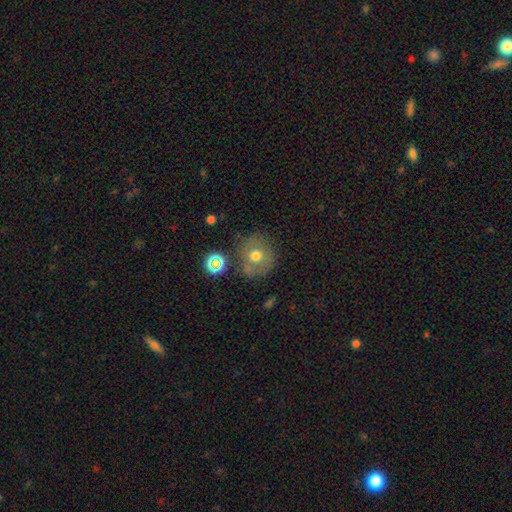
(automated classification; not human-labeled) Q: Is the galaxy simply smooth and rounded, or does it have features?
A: smooth — 65%.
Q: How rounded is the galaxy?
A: round — 86%.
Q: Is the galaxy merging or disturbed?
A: none — 69%.